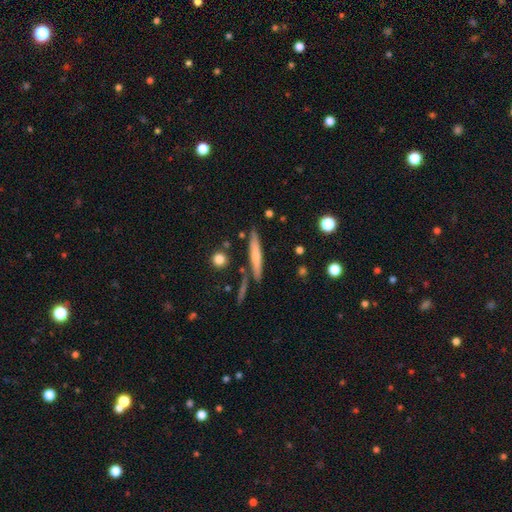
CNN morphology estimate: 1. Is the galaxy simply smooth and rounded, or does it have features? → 58% smooth, 36% featured or disk, 7% star or artifact.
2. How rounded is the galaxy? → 91% cigar-shaped, 7% in between, 2% round.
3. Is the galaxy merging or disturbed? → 81% none, 11% minor disturbance, 6% merger, 3% major disturbance.